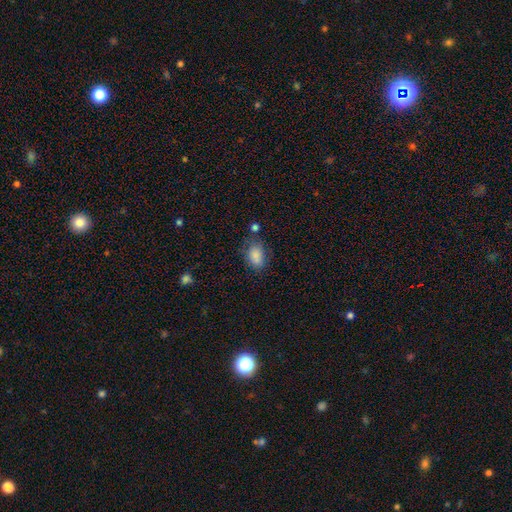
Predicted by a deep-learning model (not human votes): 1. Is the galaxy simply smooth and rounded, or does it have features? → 85% smooth, 9% star or artifact, 6% featured or disk.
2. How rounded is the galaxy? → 83% in between, 16% round, 1% cigar-shaped.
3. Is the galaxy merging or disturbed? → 64% none, 22% minor disturbance, 8% major disturbance, 6% merger.